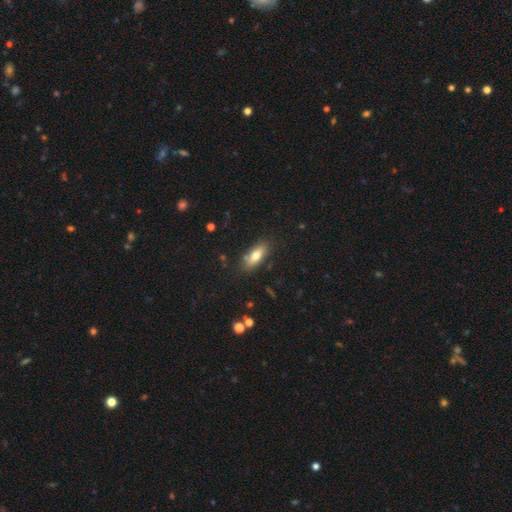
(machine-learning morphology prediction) Smooth or featured: smooth — 75% (featured or disk — 17%)
How rounded: in between — 76% (cigar-shaped — 21%)
Merging: none — 81% (minor disturbance — 13%)